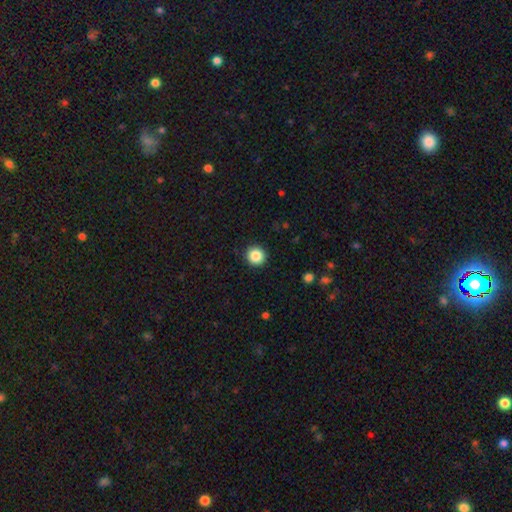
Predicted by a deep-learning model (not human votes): A smooth galaxy with no disk features (87%) that is round (94%).

Vote fractions:
- Smooth or featured? smooth: 87% / star or artifact: 10% / featured or disk: 4%
- How rounded? round: 94% / in between: 5% / cigar-shaped: 1%
- Merging? none: 92% / minor disturbance: 5% / major disturbance: 2% / merger: 1%